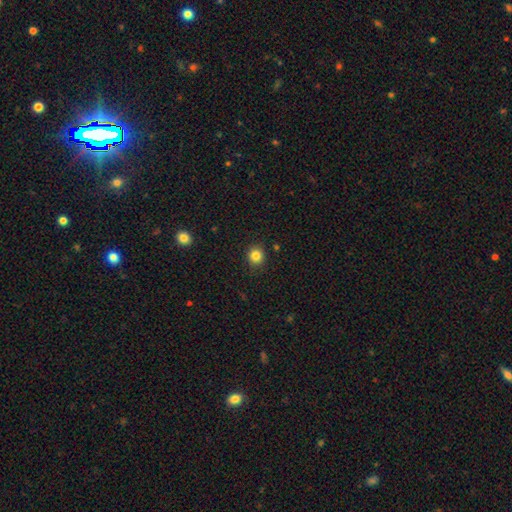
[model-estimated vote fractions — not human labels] This is clearly a smooth galaxy (84%). How rounded: clearly round (89%). Merging: clearly none (90%).